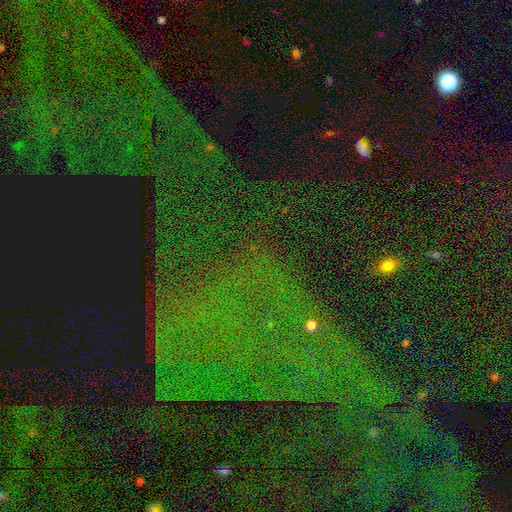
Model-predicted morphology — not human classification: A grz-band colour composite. It shows a star or artifact, not a galaxy (79%).